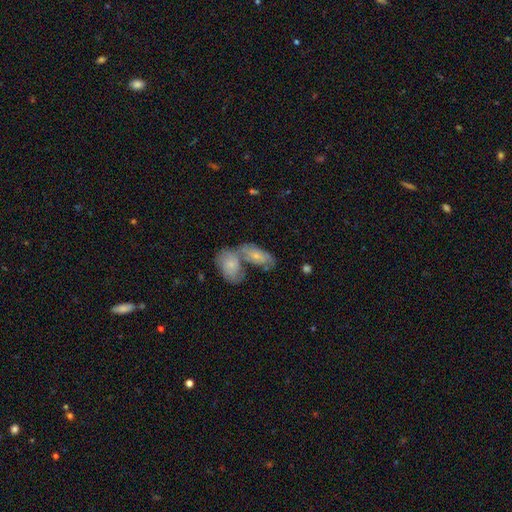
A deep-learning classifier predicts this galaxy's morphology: smooth-or-featured: smooth: 52% | featured or disk: 40% | star or artifact: 8%
  how-rounded: in between: 86% | round: 8% | cigar-shaped: 5%
  merging: merger: 60% | none: 24% | minor disturbance: 11% | major disturbance: 5%